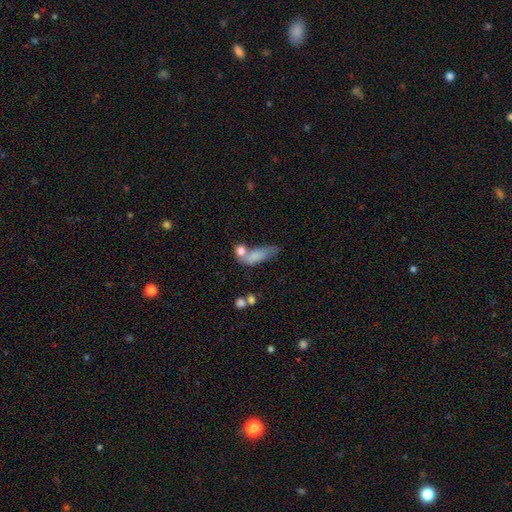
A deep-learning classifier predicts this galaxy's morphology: Q: Smooth or featured?
A: smooth (74%); runner-up: featured or disk (17%)
Q: How rounded?
A: in between (66%); runner-up: cigar-shaped (28%)
Q: Merging?
A: merger (32%); runner-up: none (30%)